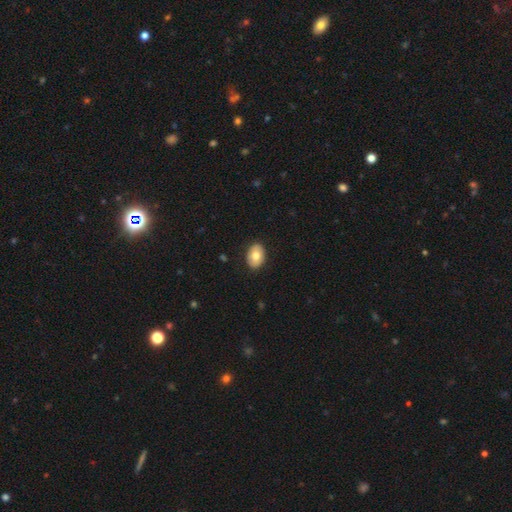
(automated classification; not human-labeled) This appears to be a smooth galaxy with no disk features (72%) that is in between round and cigar-shaped (80%). Merging: none (89%).